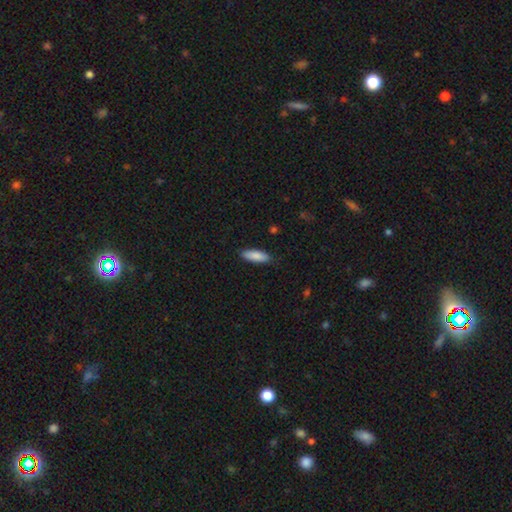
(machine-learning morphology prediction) This appears to be a smooth galaxy with no disk features (86%) that is in between round and cigar-shaped (55%). Merging: none (87%).